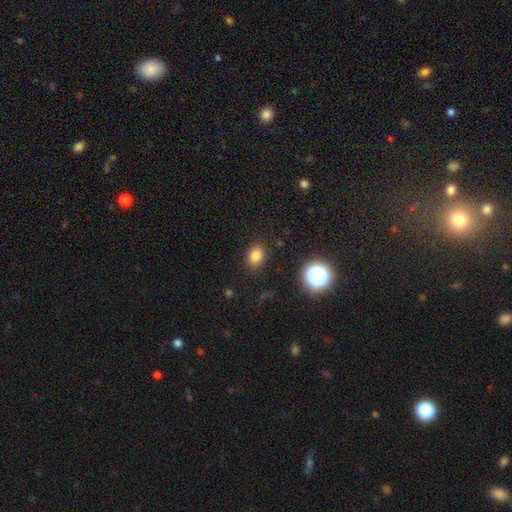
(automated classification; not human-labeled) Q: Smooth or featured?
A: smooth (81%); runner-up: star or artifact (13%)
Q: How rounded?
A: in between (68%); runner-up: round (31%)
Q: Merging?
A: none (86%); runner-up: minor disturbance (9%)